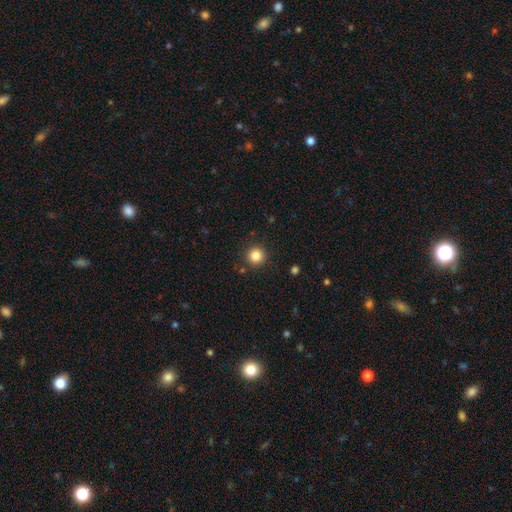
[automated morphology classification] smooth-or-featured: smooth: 84% | star or artifact: 12% | featured or disk: 4%
  how-rounded: round: 95% | in between: 4% | cigar-shaped: 1%
  merging: none: 90% | minor disturbance: 6% | major disturbance: 2% | merger: 2%